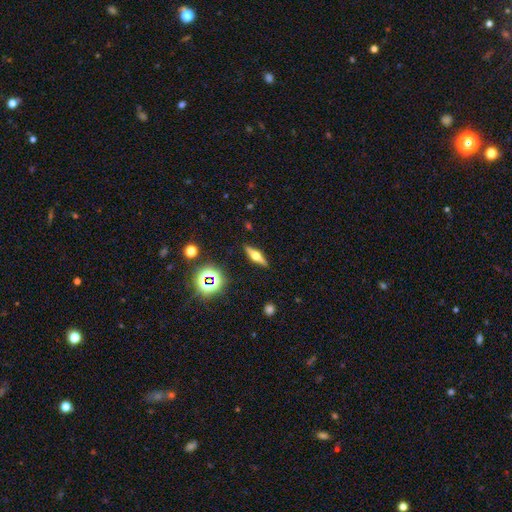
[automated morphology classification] This appears to be a featured or disk galaxy (61%) viewed edge-on (95%) with a rounded central bulge (94%). Merging: none (89%).